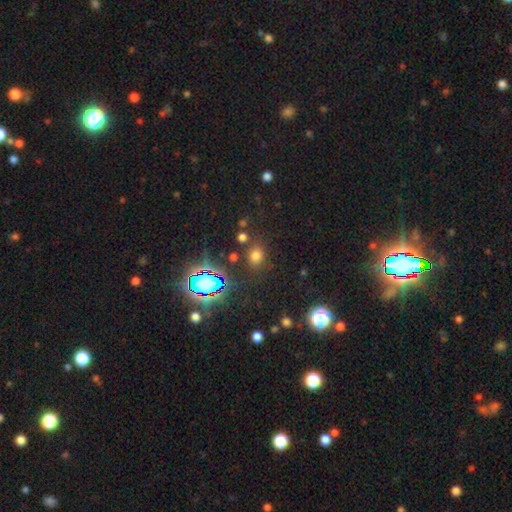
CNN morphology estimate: Smooth or featured? smooth (64%)
How rounded? round (61%)
Merging? none (80%)